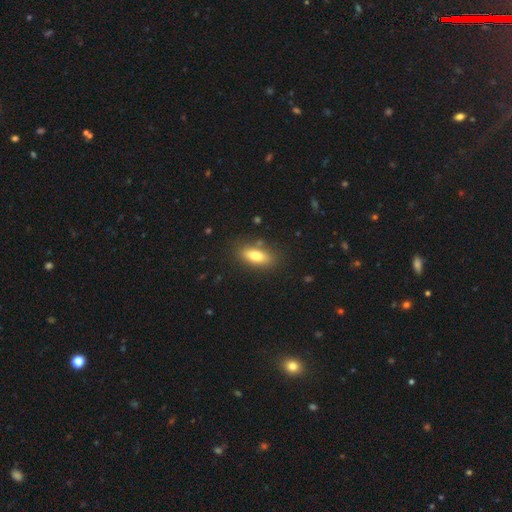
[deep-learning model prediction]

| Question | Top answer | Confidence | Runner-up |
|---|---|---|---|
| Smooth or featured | smooth | 79% | featured or disk (14%) |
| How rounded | in between | 77% | cigar-shaped (20%) |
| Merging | none | 82% | minor disturbance (12%) |